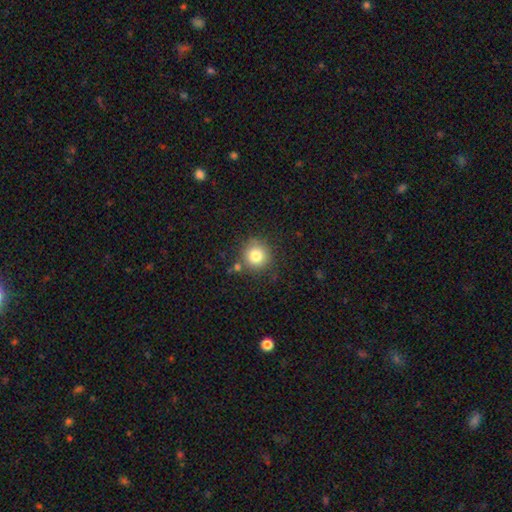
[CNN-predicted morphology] Smooth or featured? smooth (81%)
How rounded? round (93%)
Merging? none (81%)